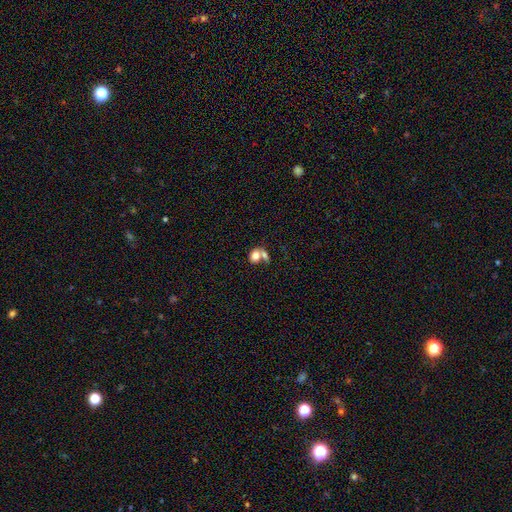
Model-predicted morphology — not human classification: Smooth or featured? smooth (76%)
How rounded? in between (55%)
Merging? merger (55%)